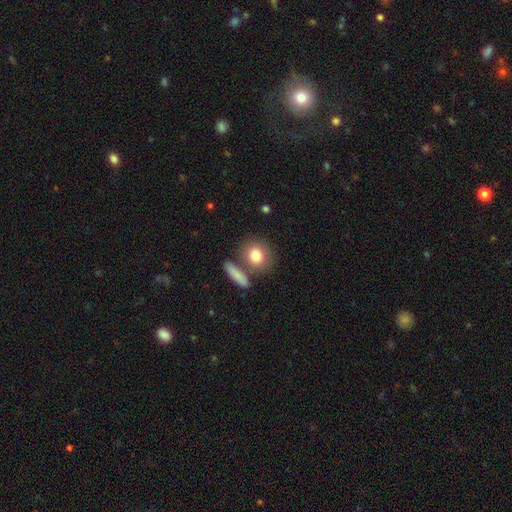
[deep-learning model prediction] The model was most divided on "how rounded": round: 68%, in between: 29%, cigar-shaped: 3%. More confident: smooth or featured — smooth (80%); merging — none (67%).